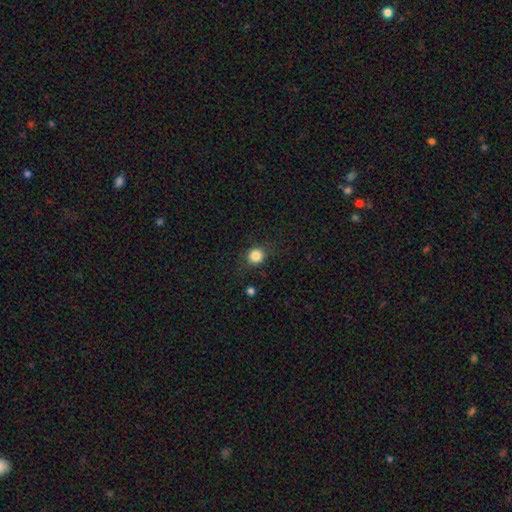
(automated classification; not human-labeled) Smooth or featured?
  - smooth: 84% *
  - star or artifact: 11%
  - featured or disk: 5%
How rounded?
  - round: 89% *
  - in between: 11%
  - cigar-shaped: 1%
Merging?
  - none: 84% *
  - minor disturbance: 11%
  - major disturbance: 4%
  - merger: 2%